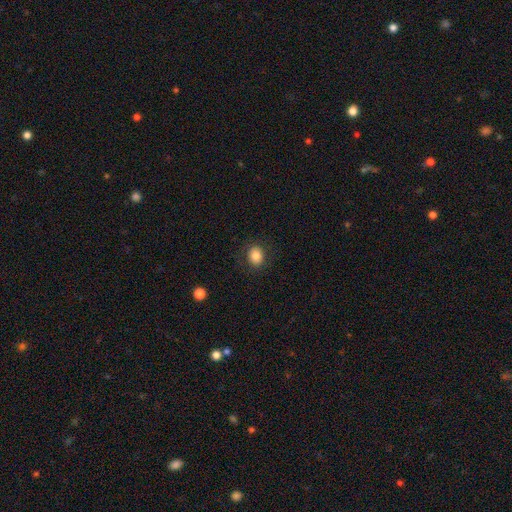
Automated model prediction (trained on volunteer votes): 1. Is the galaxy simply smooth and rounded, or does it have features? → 83% smooth, 10% star or artifact, 8% featured or disk.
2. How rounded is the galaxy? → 68% round, 31% in between, 1% cigar-shaped.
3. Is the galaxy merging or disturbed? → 87% none, 9% minor disturbance, 4% major disturbance, 1% merger.